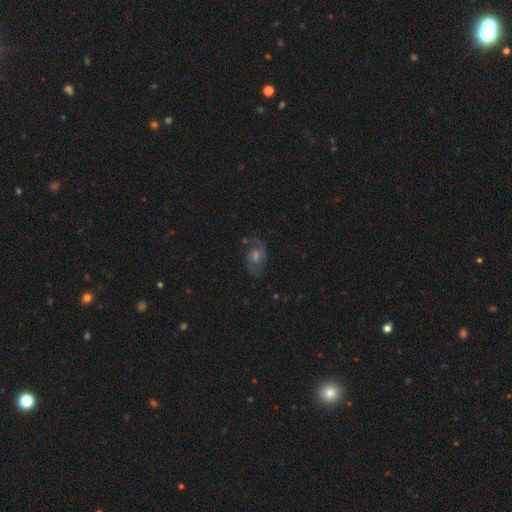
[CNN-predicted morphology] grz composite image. It shows a featured or disk galaxy (75%) with no bar (58%), 2 (91%) medium (49%) spiral arms (95%) and a moderate central bulge (55%). Merging: none (78%).